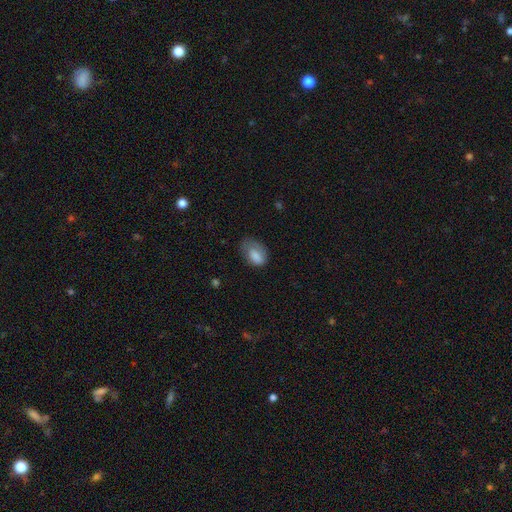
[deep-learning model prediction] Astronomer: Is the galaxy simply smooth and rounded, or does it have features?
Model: smooth — 79%.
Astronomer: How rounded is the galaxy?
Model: in between — 87%.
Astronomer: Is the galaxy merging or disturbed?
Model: none — 40% (runner-up: minor disturbance, 35%).